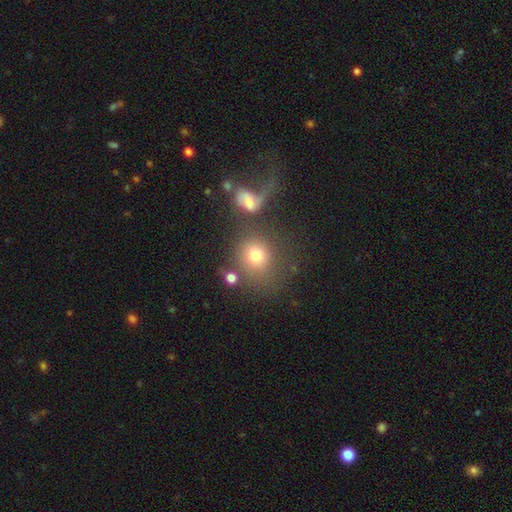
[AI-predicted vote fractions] Smooth or featured? Predicted: smooth (p=0.72). How rounded? Predicted: round (p=0.76). Merging? Predicted: none (p=0.47).